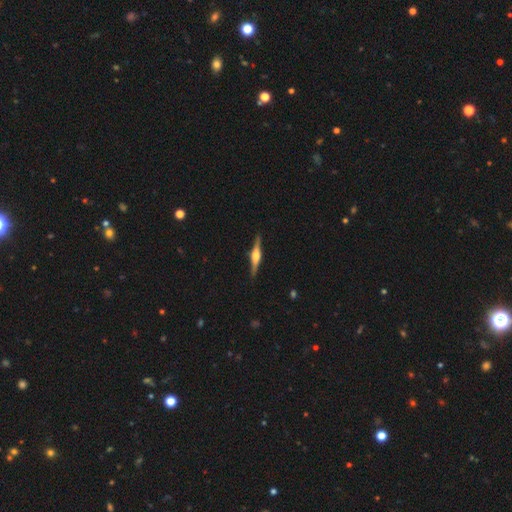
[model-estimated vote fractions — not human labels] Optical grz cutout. It shows a featured or disk galaxy (79%) viewed edge-on (98%) with a rounded central bulge (87%). Merging: none (90%).